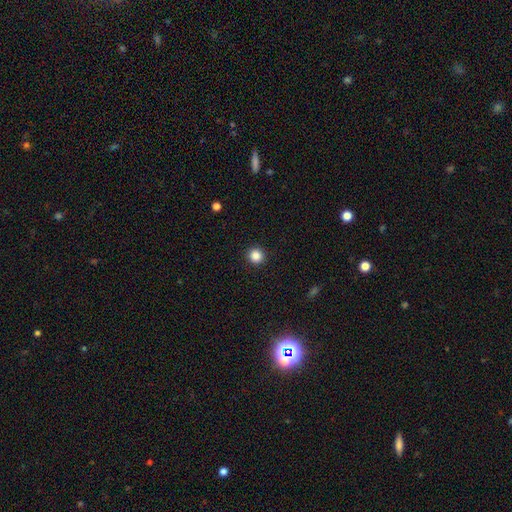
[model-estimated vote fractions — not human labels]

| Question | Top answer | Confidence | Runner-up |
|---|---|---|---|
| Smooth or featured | smooth | 85% | star or artifact (11%) |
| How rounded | round | 94% | in between (5%) |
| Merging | none | 93% | minor disturbance (5%) |